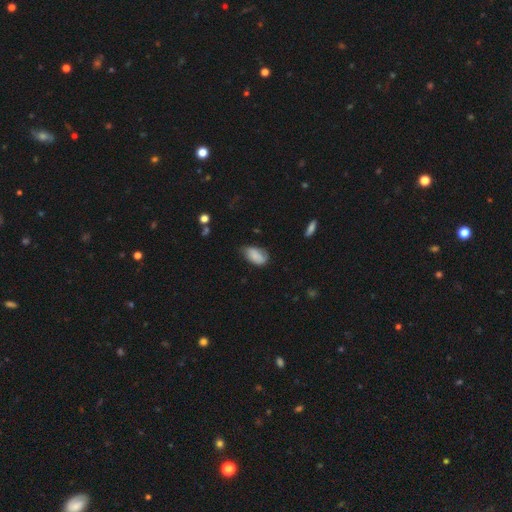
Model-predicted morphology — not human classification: smooth 81%, featured or disk 12%, star or artifact 8%. Down the decision tree: how rounded — in between (93%); merging — none (50%).